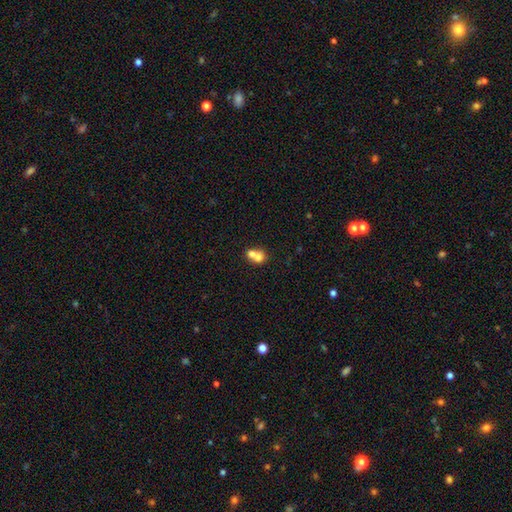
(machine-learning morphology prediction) Overall: smooth (69%). How rounded: round (68%; in between 31%). Merging: merger (69%).